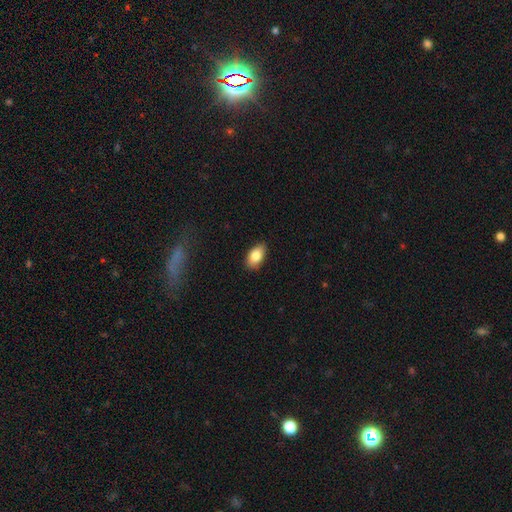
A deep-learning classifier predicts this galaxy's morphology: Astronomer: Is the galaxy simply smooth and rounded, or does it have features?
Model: smooth — 83%.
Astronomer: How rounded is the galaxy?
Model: in between — 92%.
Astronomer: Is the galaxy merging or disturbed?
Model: none — 87%.